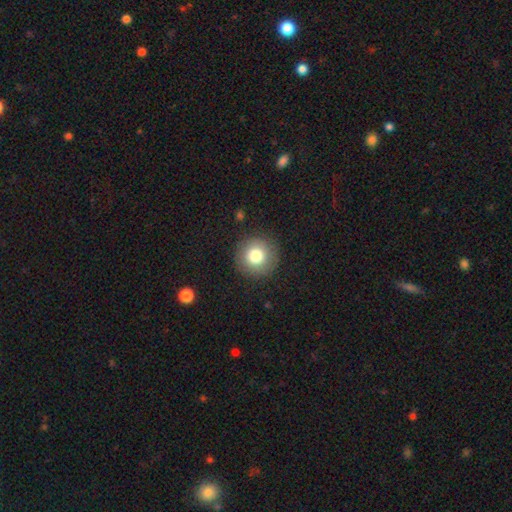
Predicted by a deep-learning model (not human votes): Morphology: type=smooth (79%); roundness=round (96%); merging=none (89%).